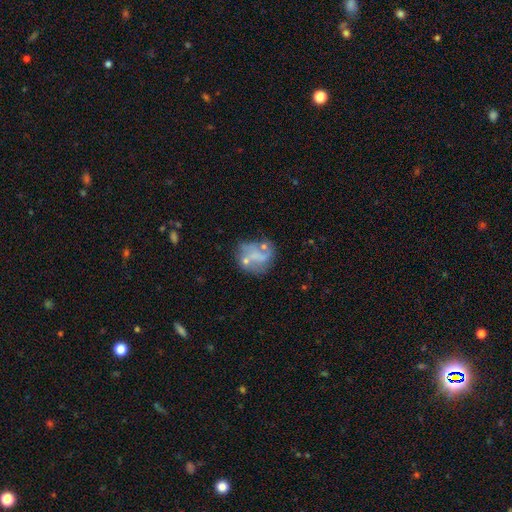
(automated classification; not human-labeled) Morphology: type=featured or disk (51%); edge-on=no (98%); merging=none (43%).